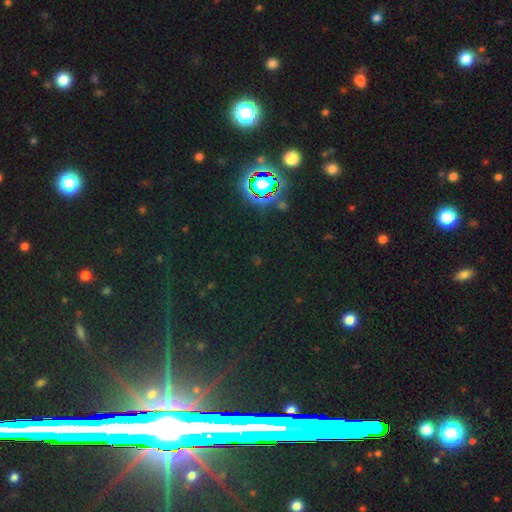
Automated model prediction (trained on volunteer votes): A star or artifact, not a galaxy (80%).

Vote fractions:
- Smooth or featured? star or artifact: 80% / featured or disk: 10% / smooth: 10%